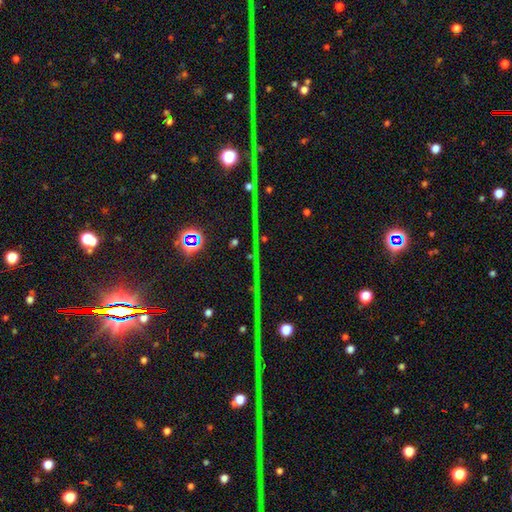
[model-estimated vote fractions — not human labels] Overall: star or artifact (82%).